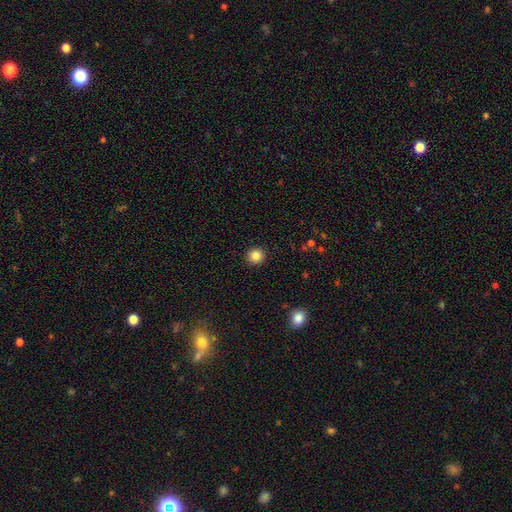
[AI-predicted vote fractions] A smooth galaxy with no disk features (84%) that is round (92%). Merging: none (93%).